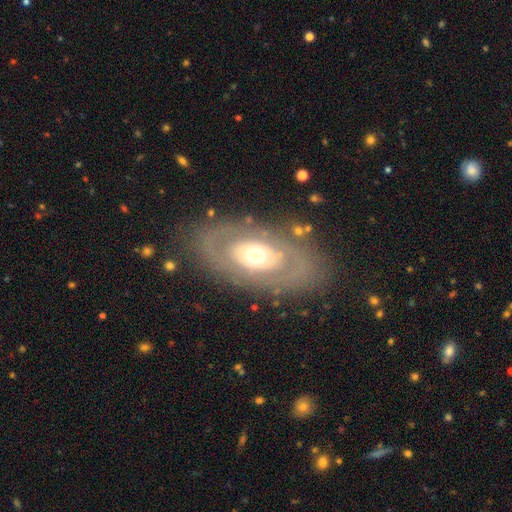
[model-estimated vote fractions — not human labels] Overall: featured or disk (64%; smooth 30%). Edge-on disk: no (90%). Bar: no (88%). Spiral arms: no (78%). Bulge size: moderate (64%). Merging: none (79%).